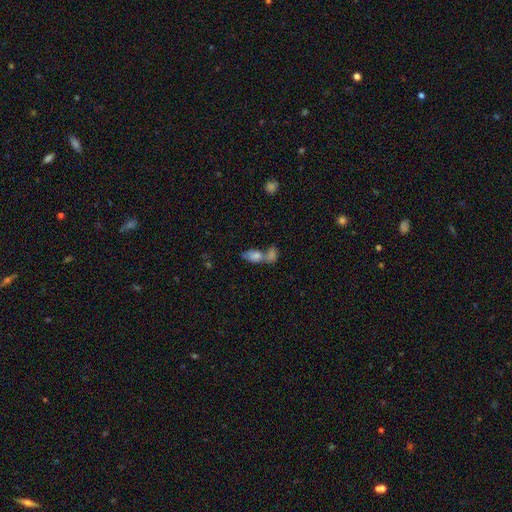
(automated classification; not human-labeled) A smooth galaxy with no disk features (68%) that is in between round and cigar-shaped (81%). Merging: merger (62%).